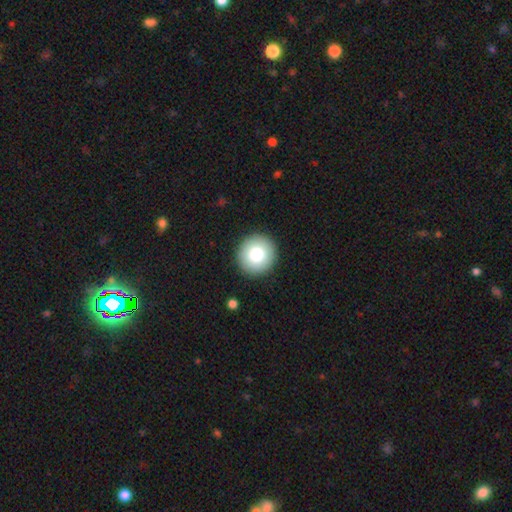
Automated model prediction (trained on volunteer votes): Overall: smooth (82%). How rounded: round (95%). Merging: none (92%).